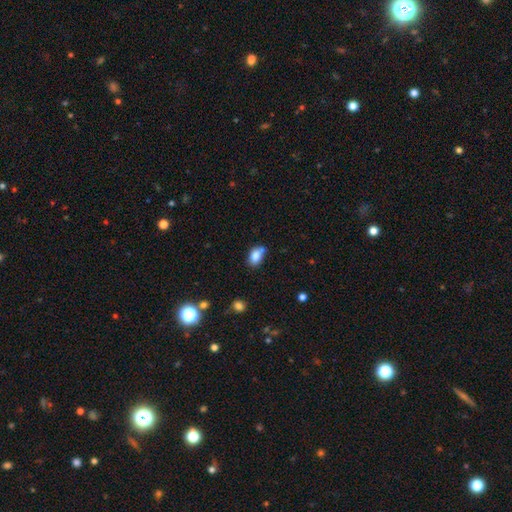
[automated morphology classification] Smooth or featured? Predicted: smooth (p=0.82). How rounded? Predicted: in between (p=0.77). Merging? Predicted: none (p=0.52).